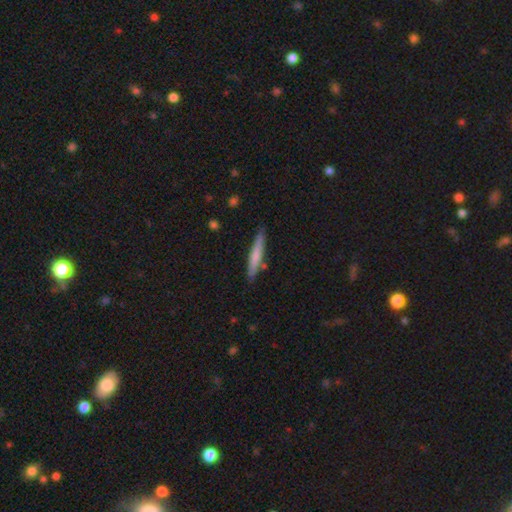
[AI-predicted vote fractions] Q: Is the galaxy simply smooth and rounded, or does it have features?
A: smooth — 64%.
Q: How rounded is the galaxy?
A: cigar-shaped — 94%.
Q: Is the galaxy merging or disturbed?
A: none — 85%.